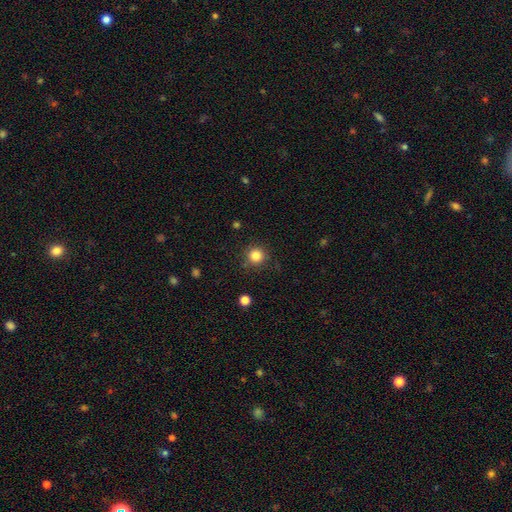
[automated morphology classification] This appears to be a smooth galaxy with no disk features (84%) that is round (94%). Merging: none (88%).